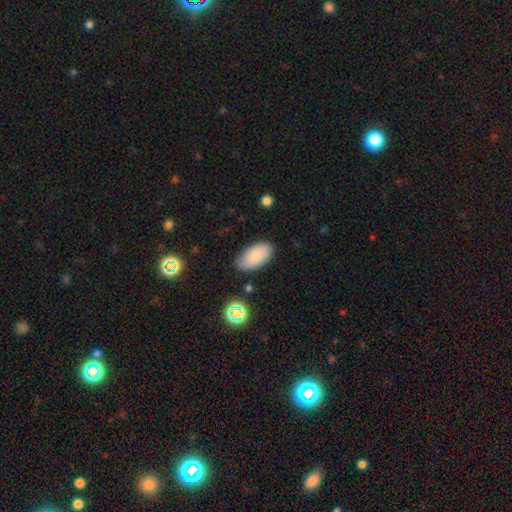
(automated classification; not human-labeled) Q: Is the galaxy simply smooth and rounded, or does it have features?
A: smooth — 81%.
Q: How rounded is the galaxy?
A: in between — 95%.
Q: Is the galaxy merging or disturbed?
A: none — 77%.